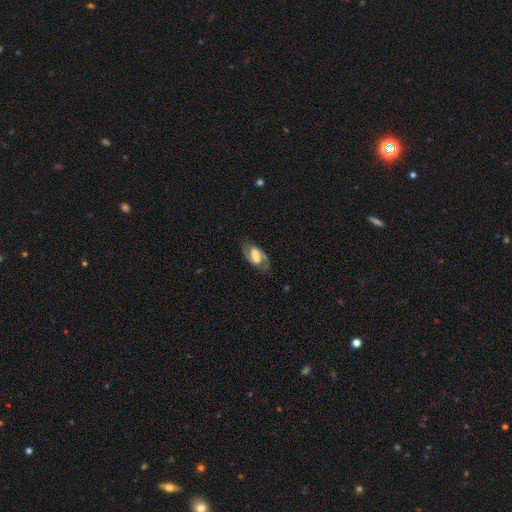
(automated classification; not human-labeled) Smooth or featured?
  - featured or disk: 74% *
  - smooth: 20%
  - star or artifact: 7%
Edge-on disk?
  - no: 95% *
  - yes: 5%
Bar?
  - weak: 42% *
  - strong: 38%
  - no: 20%
Spiral arms?
  - yes: 90% *
  - no: 10%
Spiral winding?
  - medium: 51% *
  - tight: 25%
  - loose: 24%
Spiral arm count?
  - 2: 89% *
  - can't tell: 5%
  - 1: 4%
  - 3: 1%
  - 4: 1%
  - more than 4: 1%
Bulge size?
  - large: 32% *
  - moderate: 26%
  - none: 21%
  - small: 17%
  - dominant: 5%
Merging?
  - none: 77% *
  - minor disturbance: 15%
  - major disturbance: 7%
  - merger: 1%